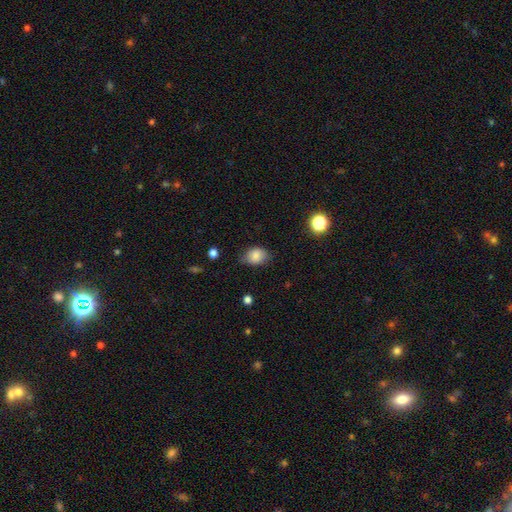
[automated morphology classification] This appears to be a smooth galaxy with no disk features (83%) that is in between round and cigar-shaped (65%). Merging: none (69%).